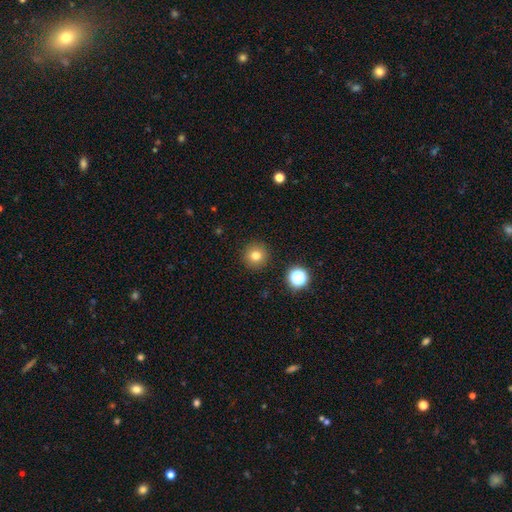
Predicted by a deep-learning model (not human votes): Morphology: type=smooth (78%); roundness=round (95%); merging=none (91%).